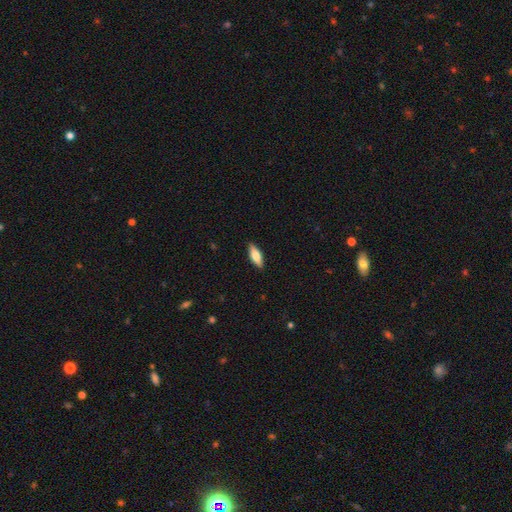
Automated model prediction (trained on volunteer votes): This is likely a smooth galaxy (65%). How rounded: likely in between (62%). Merging: clearly none (89%).